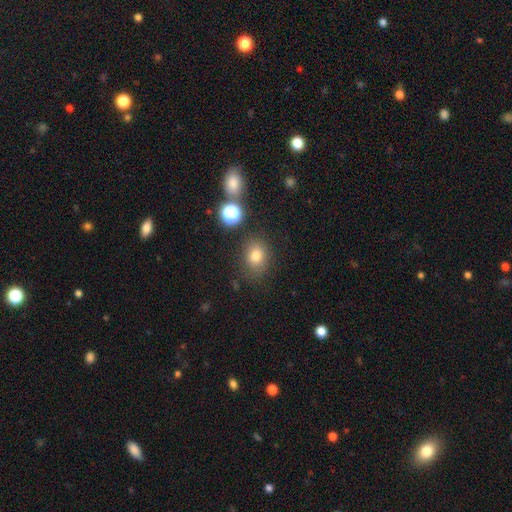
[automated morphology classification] A smooth galaxy with no disk features (76%) that is round (49%, tied with in between).

Vote fractions:
- Smooth or featured? smooth: 76% / star or artifact: 15% / featured or disk: 9%
- How rounded? round: 49% (tied) / in between: 49% (tied) / cigar-shaped: 1%
- Merging? none: 78% / minor disturbance: 13% / major disturbance: 5% / merger: 4%